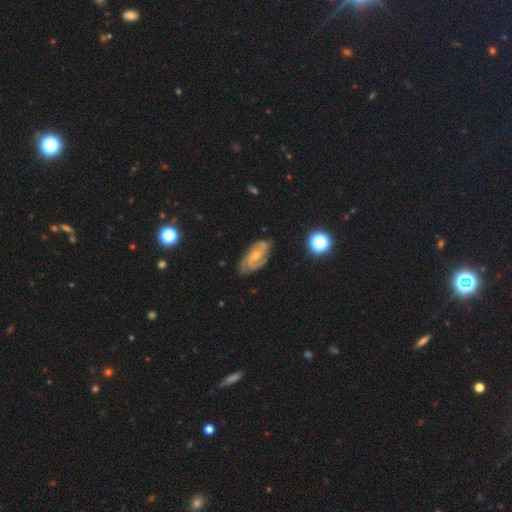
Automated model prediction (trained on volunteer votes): This is likely a featured or disk galaxy (79%). It is clearly not viewed edge-on (95%). Bar: possibly no (59%). Spiral arm pattern: clearly yes (95%). Spiral arm count: marginally 2 (36%). Spiral winding: possibly tight (45%). Central bulge: possibly small (58%). Merging: likely none (72%).